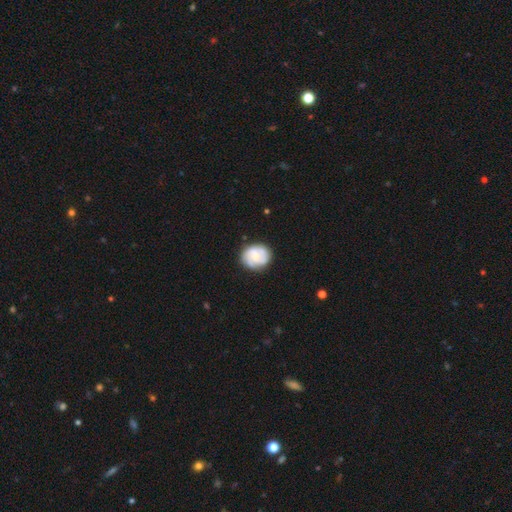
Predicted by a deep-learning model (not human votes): Q: Smooth or featured?
A: featured or disk (63%); runner-up: smooth (31%)
Q: Edge-on disk?
A: no (98%); runner-up: yes (2%)
Q: Bar?
A: no (59%); runner-up: weak (34%)
Q: Spiral arms?
A: yes (89%); runner-up: no (11%)
Q: Spiral winding?
A: tight (49%); runner-up: medium (39%)
Q: Spiral arm count?
A: 2 (39%); runner-up: 3 (29%)
Q: Bulge size?
A: small (46%); runner-up: moderate (36%)
Q: Merging?
A: none (77%); runner-up: minor disturbance (16%)